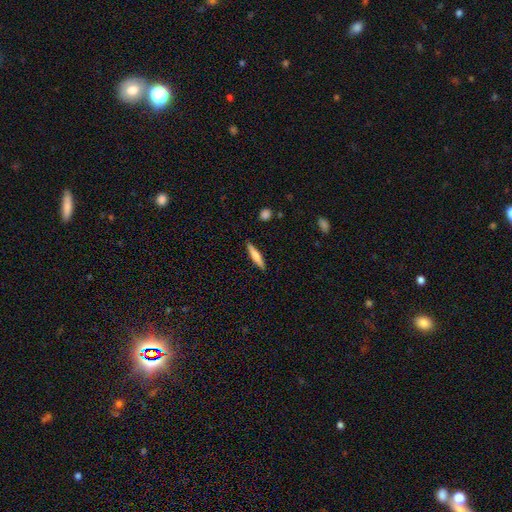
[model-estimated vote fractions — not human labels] smooth_or_featured: smooth (p=0.60) [alt: featured or disk p=0.34]
how_rounded: cigar-shaped (p=0.88) [alt: in between p=0.10]
merging: none (p=0.89) [alt: minor disturbance p=0.07]